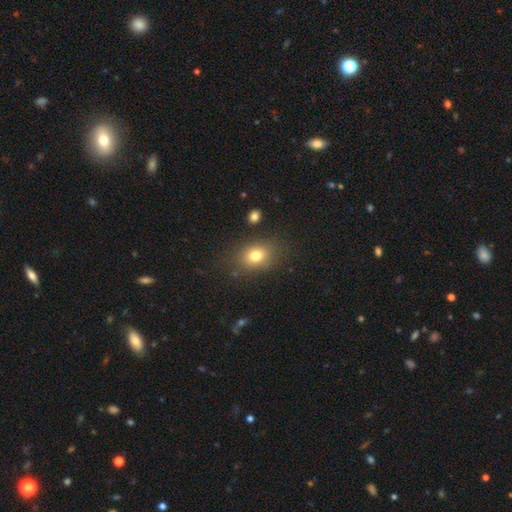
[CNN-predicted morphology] A smooth galaxy with no disk features (77%) that is in between round and cigar-shaped (63%). Merging: none (79%).